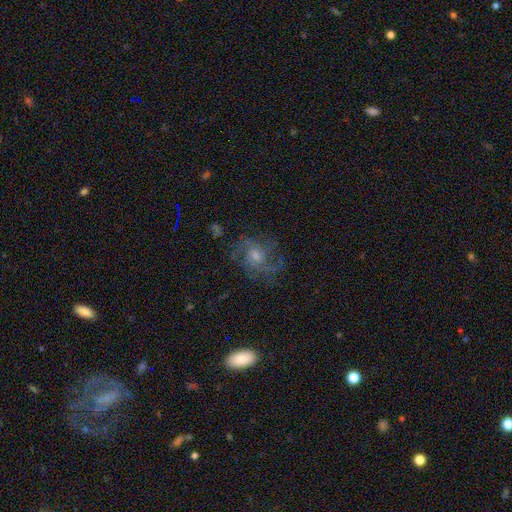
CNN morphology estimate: smooth_or_featured: featured or disk (p=0.73) [alt: smooth p=0.15]
disk_edge_on: no (p=0.97) [alt: yes p=0.03]
bar: no (p=0.70) [alt: weak p=0.27]
has_spiral_arms: yes (p=0.91) [alt: no p=0.09]
spiral_winding: medium (p=0.50) [alt: tight p=0.30]
spiral_arm_count: can't tell (p=0.27) [alt: 2 p=0.25]
bulge_size: small (p=0.46) [alt: moderate p=0.44]
merging: none (p=0.68) [alt: minor disturbance p=0.17]